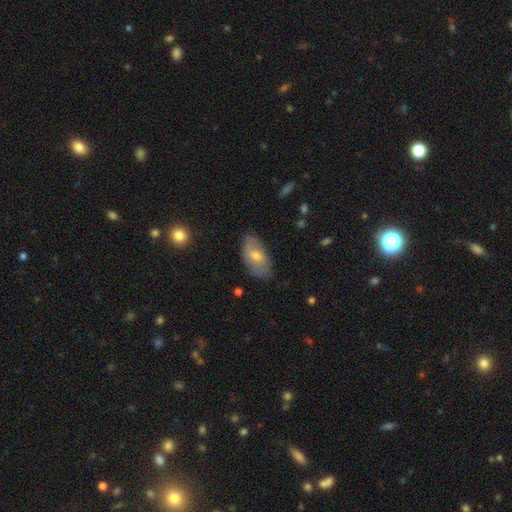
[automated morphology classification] This appears to be a smooth galaxy with no disk features (59%) that is in between round and cigar-shaped (93%). Merging: none (70%).